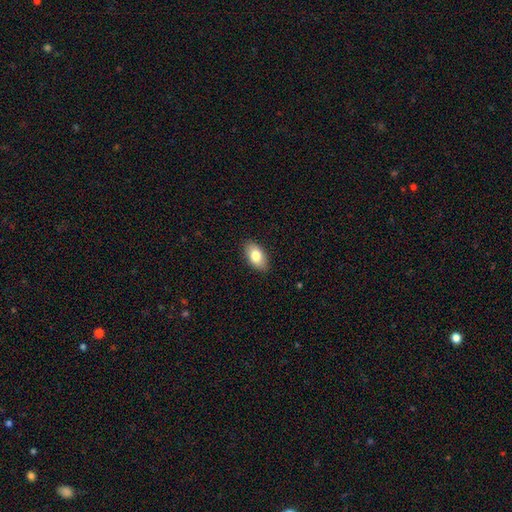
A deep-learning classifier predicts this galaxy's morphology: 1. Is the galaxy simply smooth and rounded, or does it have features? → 81% smooth, 12% featured or disk, 7% star or artifact.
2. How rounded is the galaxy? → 93% in between, 5% round, 2% cigar-shaped.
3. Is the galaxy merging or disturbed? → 88% none, 9% minor disturbance, 2% major disturbance, 1% merger.